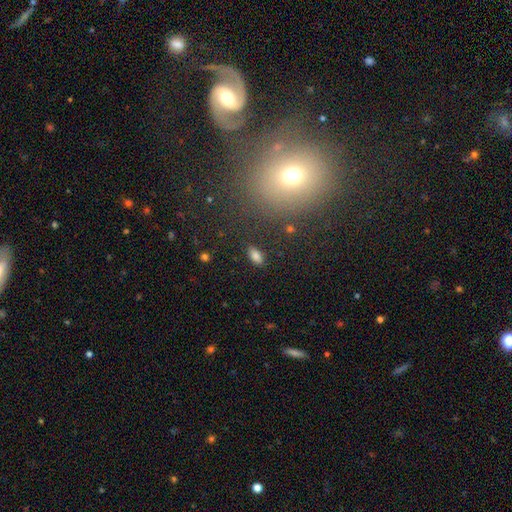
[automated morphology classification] Smooth or featured? smooth (84%)
How rounded? in between (92%)
Merging? none (86%)